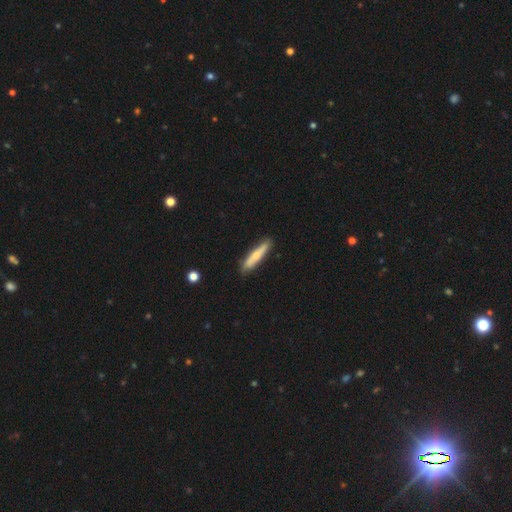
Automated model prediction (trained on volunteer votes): Overall: smooth (69%). How rounded: cigar-shaped (89%). Merging: none (86%).